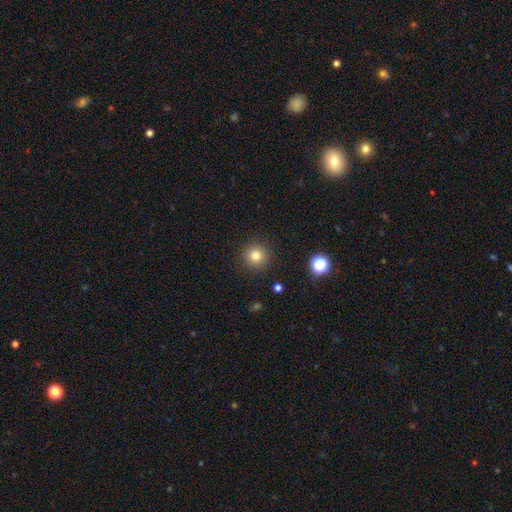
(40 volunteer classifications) Smooth or featured? smooth (85%)
How rounded? round (100%)
Merging? none (94%)